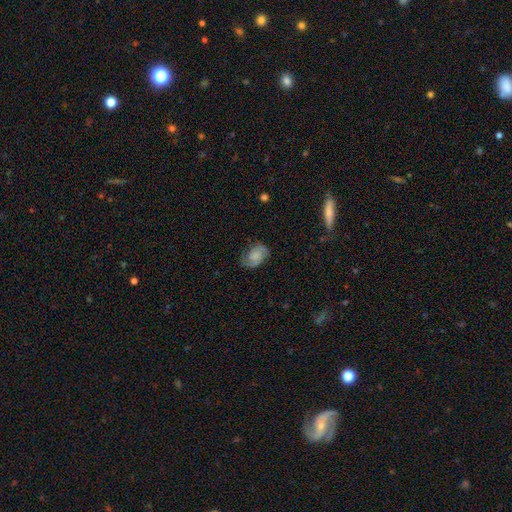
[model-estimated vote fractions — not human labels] Overall: featured or disk (67%). Edge-on disk: no (97%). Bar: no (64%; weak 30%). Spiral arms: yes (94%). Spiral arm count: 2 (85%). Spiral winding: medium (47%; tight 36%). Bulge size: none (48%; small 24%). Merging: none (74%).